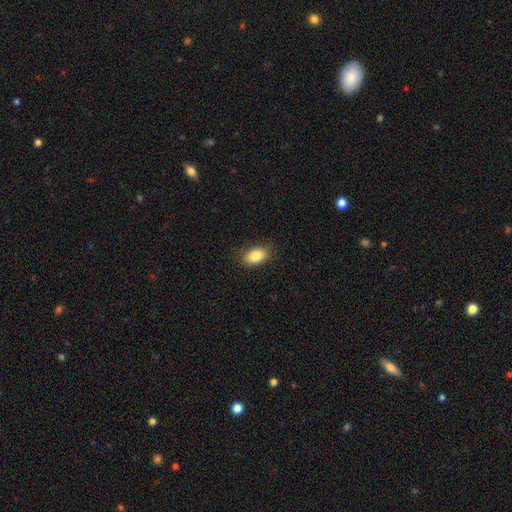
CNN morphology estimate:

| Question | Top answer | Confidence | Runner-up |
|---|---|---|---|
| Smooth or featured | smooth | 85% | star or artifact (8%) |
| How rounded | in between | 90% | round (7%) |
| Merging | none | 84% | minor disturbance (12%) |